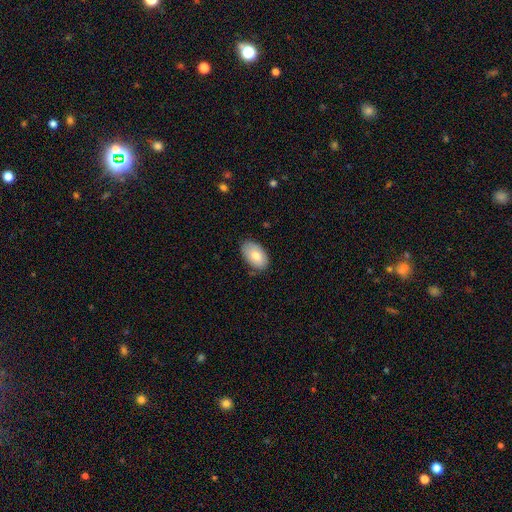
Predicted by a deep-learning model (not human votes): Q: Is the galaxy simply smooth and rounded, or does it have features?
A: smooth — 79%.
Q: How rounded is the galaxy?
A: in between — 93%.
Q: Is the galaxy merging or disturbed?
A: none — 80%.